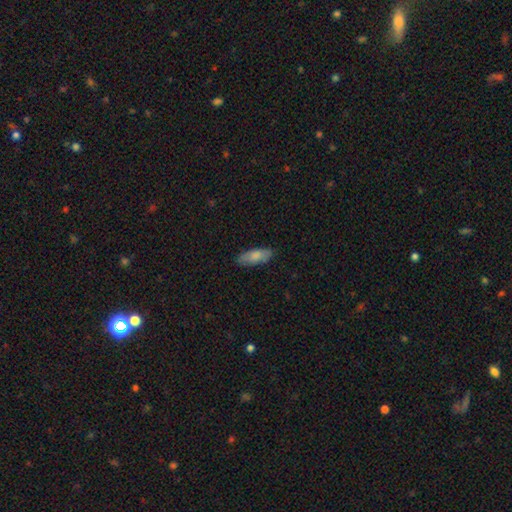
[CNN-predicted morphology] A smooth galaxy with no disk features (79%) that is in between round and cigar-shaped (75%). Merging: none (84%).